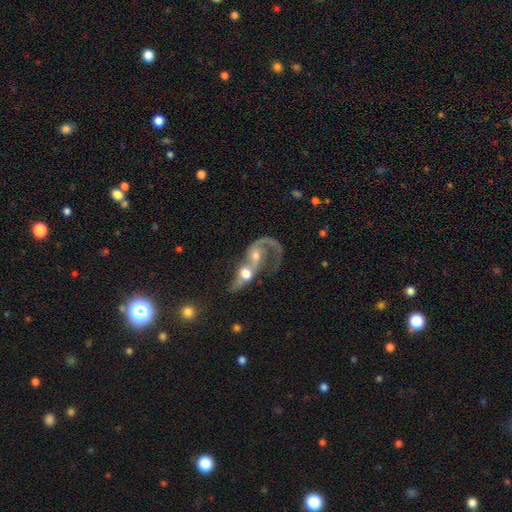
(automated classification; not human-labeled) The model was most divided on "spiral winding": loose: 57%, medium: 28%, tight: 14%. More confident: edge-on disk — no (94%); spiral arms — yes (80%); merging — merger (78%); smooth or featured — featured or disk (73%); bar — no (66%); spiral arm count — 1 (64%); bulge size — moderate (59%).